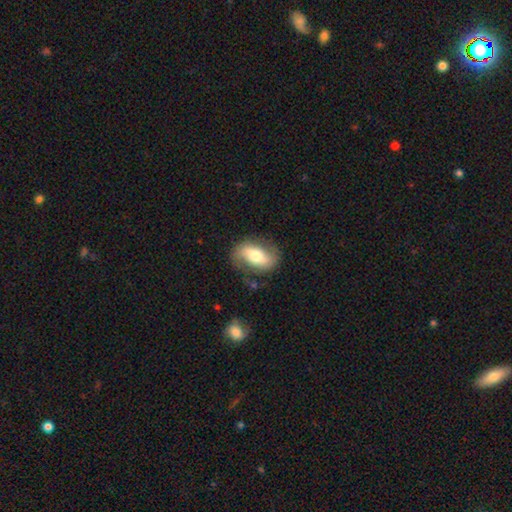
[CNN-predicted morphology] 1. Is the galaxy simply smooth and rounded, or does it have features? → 55% featured or disk, 39% smooth, 6% star or artifact.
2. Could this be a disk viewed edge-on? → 89% no, 11% yes.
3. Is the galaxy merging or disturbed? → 76% none, 16% minor disturbance, 6% major disturbance, 2% merger.